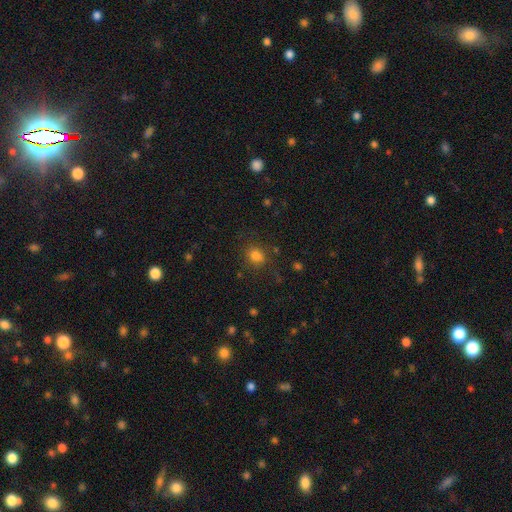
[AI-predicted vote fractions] Smooth or featured? Predicted: smooth (p=0.81). How rounded? Predicted: round (p=0.64). Merging? Predicted: none (p=0.80).